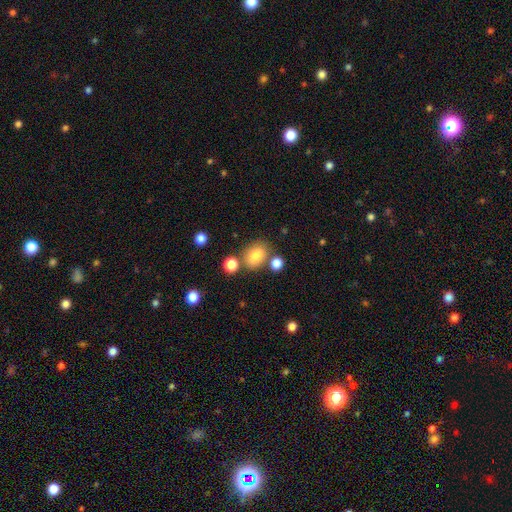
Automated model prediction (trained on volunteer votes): Smooth or featured? Predicted: smooth (p=0.80). How rounded? Predicted: in between (p=0.68). Merging? Predicted: none (p=0.70).